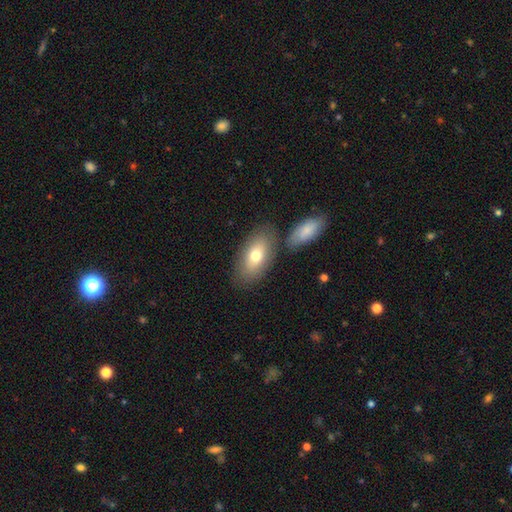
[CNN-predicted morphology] Q: Smooth or featured?
A: smooth (73%); runner-up: featured or disk (20%)
Q: How rounded?
A: in between (90%); runner-up: cigar-shaped (5%)
Q: Merging?
A: none (72%); runner-up: minor disturbance (12%)